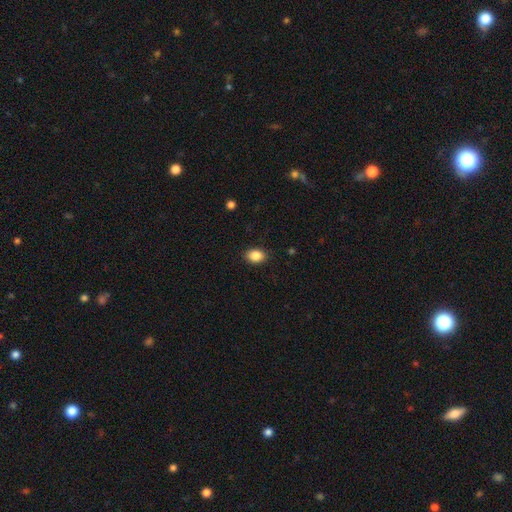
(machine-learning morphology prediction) smooth 87%, star or artifact 9%, featured or disk 4%. Down the decision tree: how rounded — in between (74%); merging — none (88%).